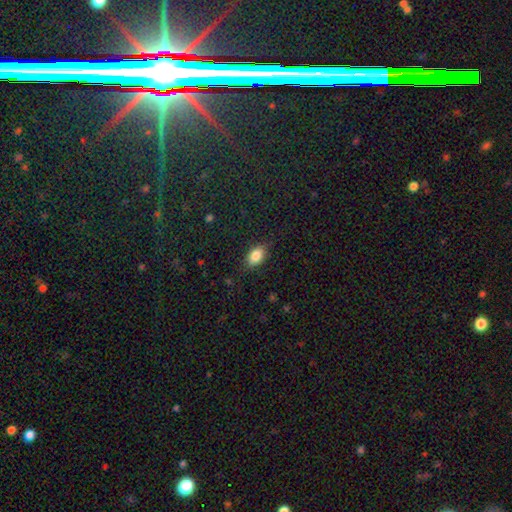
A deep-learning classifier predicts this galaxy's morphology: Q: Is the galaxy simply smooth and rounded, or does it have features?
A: smooth — 83%.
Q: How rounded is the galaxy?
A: in between — 86%.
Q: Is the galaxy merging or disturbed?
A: none — 81%.